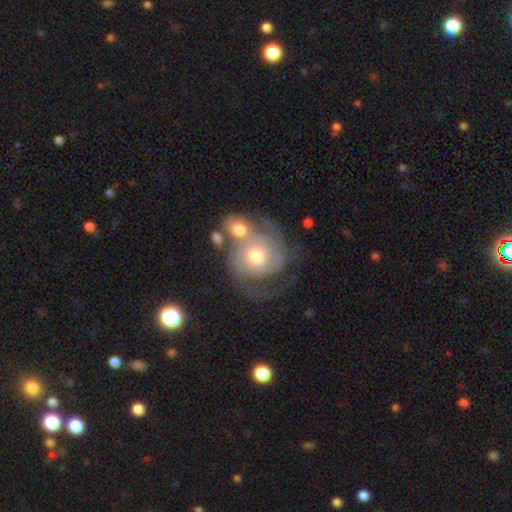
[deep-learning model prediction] Smooth or featured? featured or disk (75%)
Edge-on disk? no (98%)
Bar? no (77%)
Spiral arms? yes (89%)
Spiral winding? tight (56%)
Spiral arm count? 2 (46%)
Bulge size? moderate (67%)
Merging? none (44%)